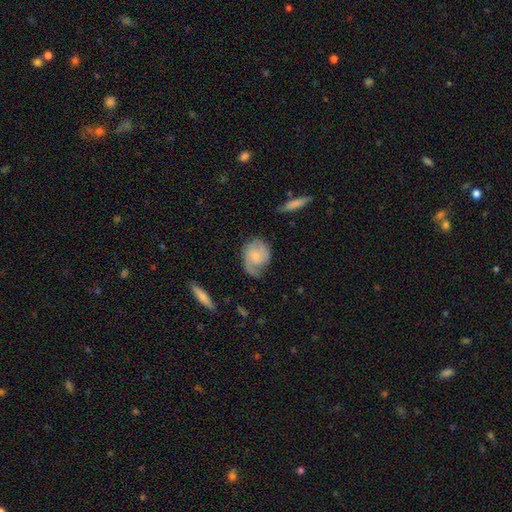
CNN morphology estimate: Smooth or featured? Predicted: featured or disk (p=0.66). Edge-on disk? Predicted: no (p=0.97). Bar? Predicted: no (p=0.59). Spiral arms? Predicted: yes (p=0.93). Spiral winding? Predicted: medium (p=0.46). Spiral arm count? Predicted: 2 (p=0.69). Bulge size? Predicted: small (p=0.52). Merging? Predicted: none (p=0.65).